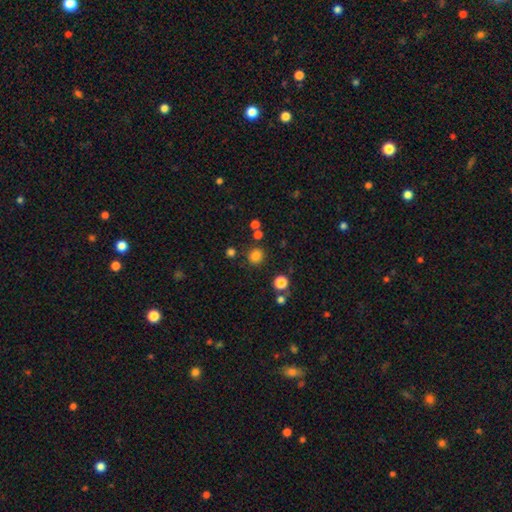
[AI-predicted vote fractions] Smooth or featured?
  - smooth: 81% *
  - star or artifact: 15%
  - featured or disk: 5%
How rounded?
  - round: 88% *
  - in between: 11%
  - cigar-shaped: 1%
Merging?
  - none: 85% *
  - minor disturbance: 7%
  - merger: 5%
  - major disturbance: 3%